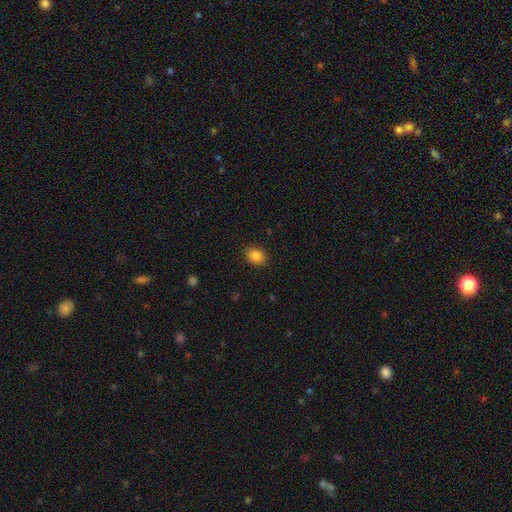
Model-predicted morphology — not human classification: type=smooth (86%); roundness=in between (70%); merging=none (88%).